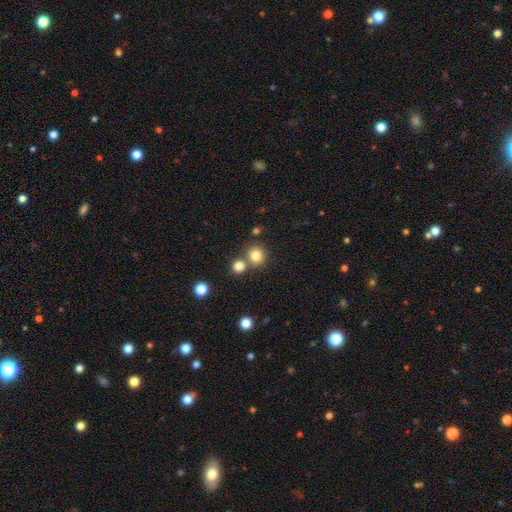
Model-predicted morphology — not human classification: This appears to be a smooth galaxy with no disk features (80%) that is round (89%). Merging: none (68%).